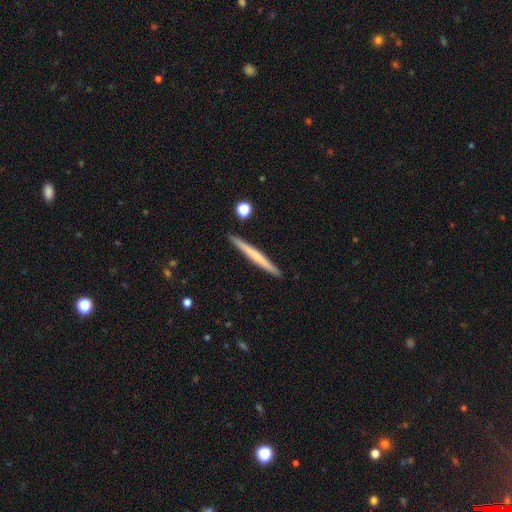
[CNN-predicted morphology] This appears to be a smooth galaxy with no disk features (53%) that is cigar-shaped (97%). Merging: none (91%).